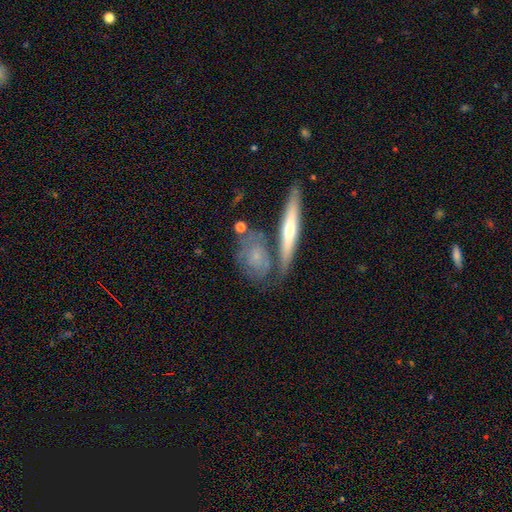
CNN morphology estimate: featured or disk 53%, smooth 40%, star or artifact 7%. Down the decision tree: edge-on disk — no (51%); merging — none (60%).